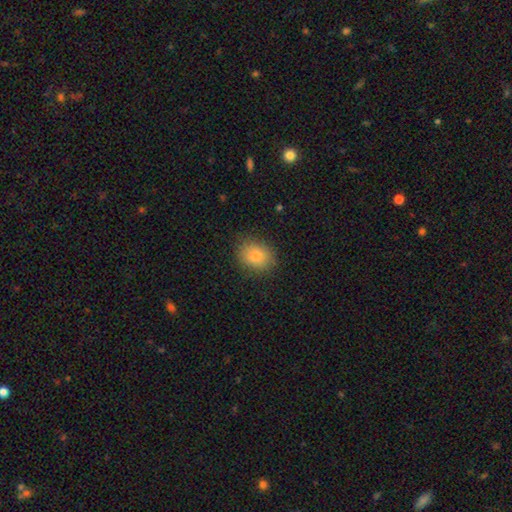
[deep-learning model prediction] Smooth or featured? Predicted: smooth (p=0.87). How rounded? Predicted: in between (p=0.56). Merging? Predicted: none (p=0.83).